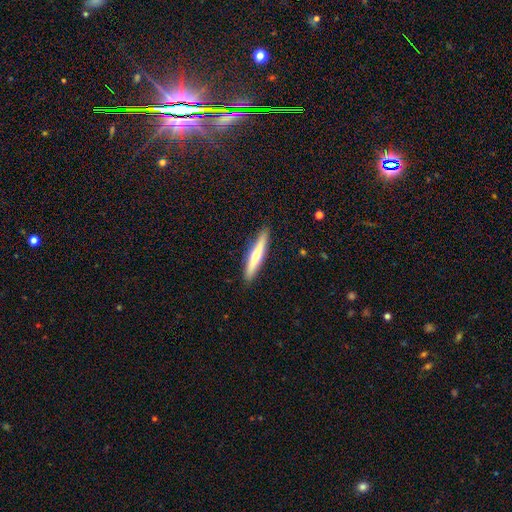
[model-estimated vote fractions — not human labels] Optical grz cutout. It shows a featured or disk galaxy (55%) viewed edge-on (95%) with a rounded central bulge (87%). Merging: none (91%).